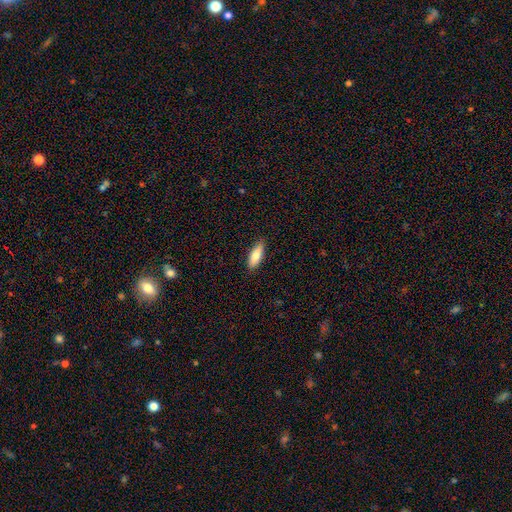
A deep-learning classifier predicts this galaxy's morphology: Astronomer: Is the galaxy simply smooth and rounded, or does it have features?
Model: smooth — 79%.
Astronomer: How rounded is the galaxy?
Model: in between — 61% (runner-up: cigar-shaped, 38%).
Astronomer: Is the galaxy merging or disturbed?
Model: none — 86%.